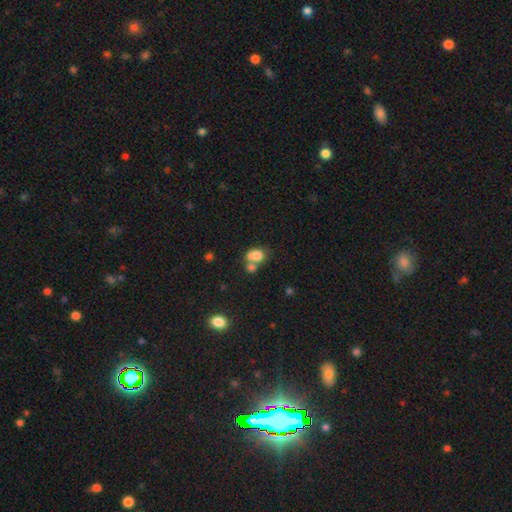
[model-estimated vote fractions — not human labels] This is likely a smooth galaxy (75%). How rounded: likely in between (63%). Merging: possibly merger (57%).